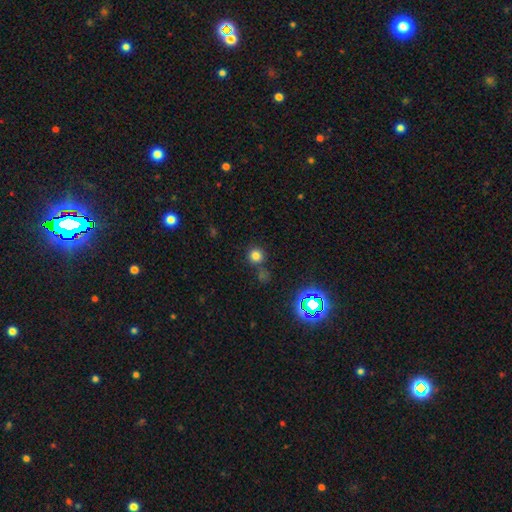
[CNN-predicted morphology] The model was most divided on "smooth or featured": smooth: 74%, star or artifact: 21%, featured or disk: 6%. More confident: how rounded — round (93%); merging — none (74%).